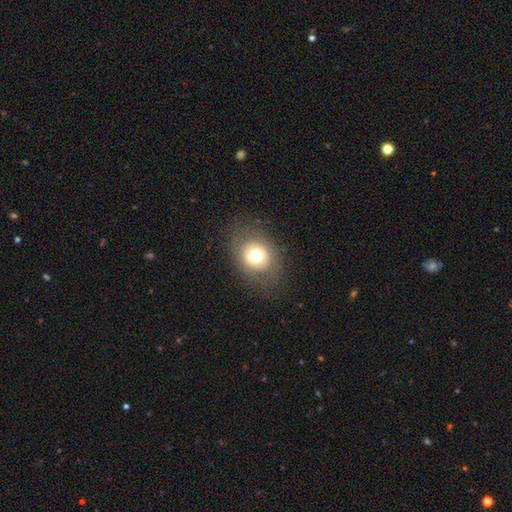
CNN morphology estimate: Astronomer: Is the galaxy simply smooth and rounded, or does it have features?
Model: smooth — 64%.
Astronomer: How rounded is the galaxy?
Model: round — 57% (runner-up: in between, 42%).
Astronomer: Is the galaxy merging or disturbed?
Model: none — 80%.